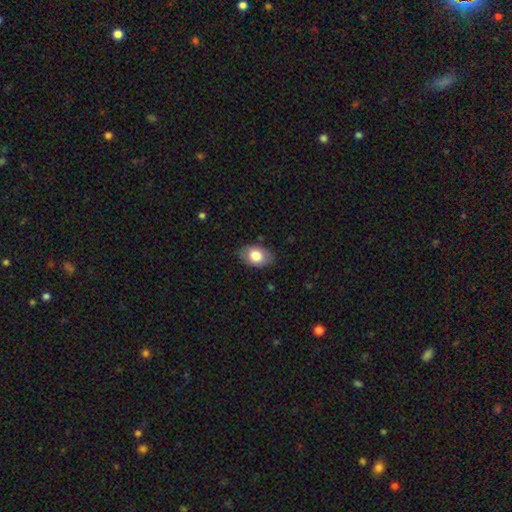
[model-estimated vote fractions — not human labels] Overall: smooth (80%). How rounded: in between (86%). Merging: none (83%).